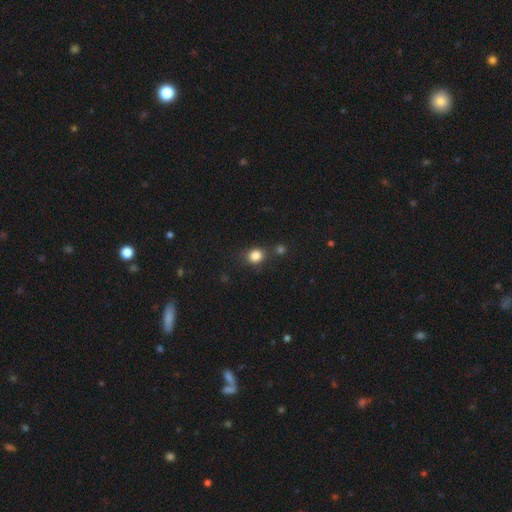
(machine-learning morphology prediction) Smooth or featured? Predicted: smooth (p=0.83). How rounded? Predicted: round (p=0.70). Merging? Predicted: none (p=0.71).